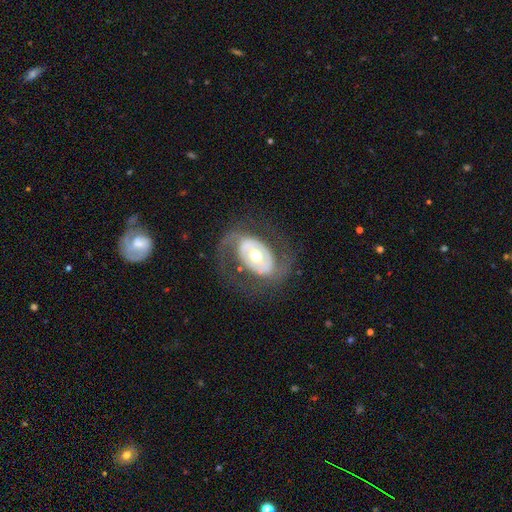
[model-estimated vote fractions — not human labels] This appears to be a featured or disk galaxy (78%) with no bar (56%), spiral arms (65%) and a moderate central bulge (70%). Merging: none (67%).